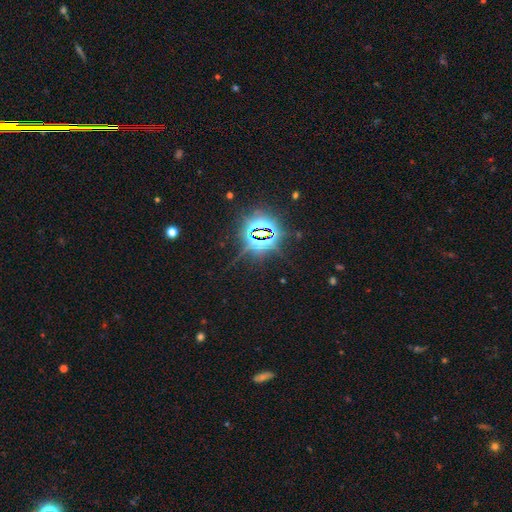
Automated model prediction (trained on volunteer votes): The model was most divided on "smooth or featured": star or artifact: 84%, smooth: 9%, featured or disk: 7%.